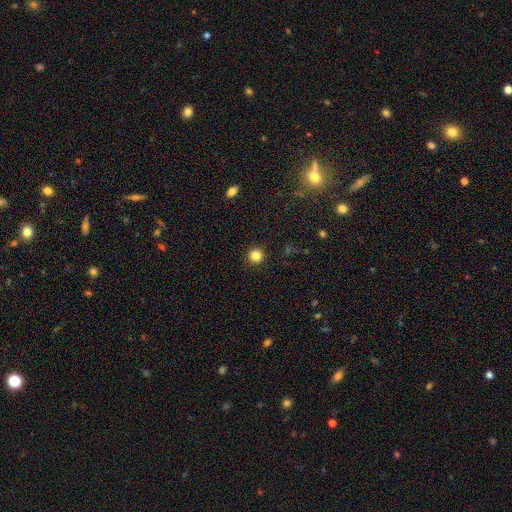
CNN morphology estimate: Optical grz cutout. It shows a smooth galaxy with no disk features (84%) that is round (95%). Merging: none (92%).